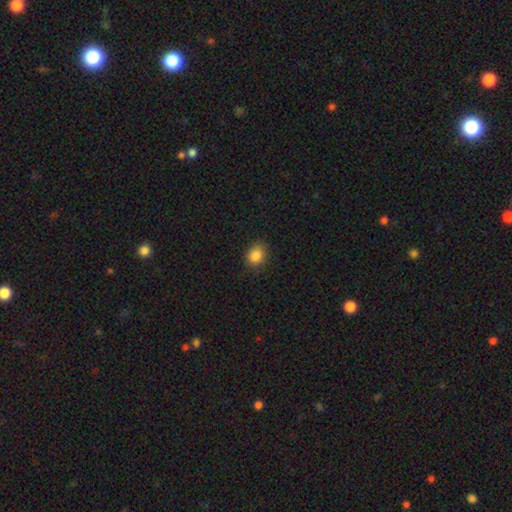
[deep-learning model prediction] Smooth or featured? Predicted: smooth (p=0.86). How rounded? Predicted: round (p=0.64). Merging? Predicted: none (p=0.85).